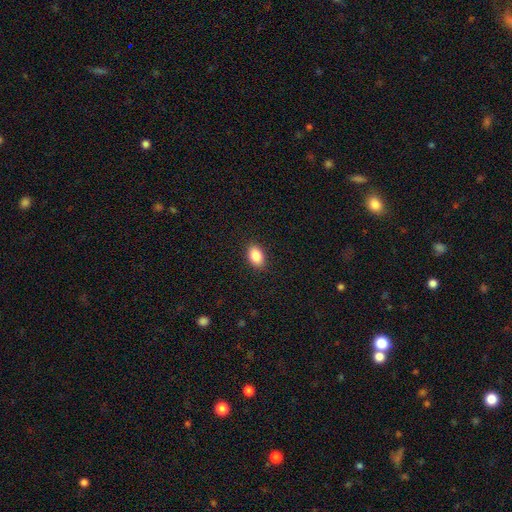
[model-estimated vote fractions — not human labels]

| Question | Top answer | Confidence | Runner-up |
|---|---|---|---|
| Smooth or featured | smooth | 87% | star or artifact (8%) |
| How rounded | in between | 88% | round (11%) |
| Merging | none | 89% | minor disturbance (8%) |